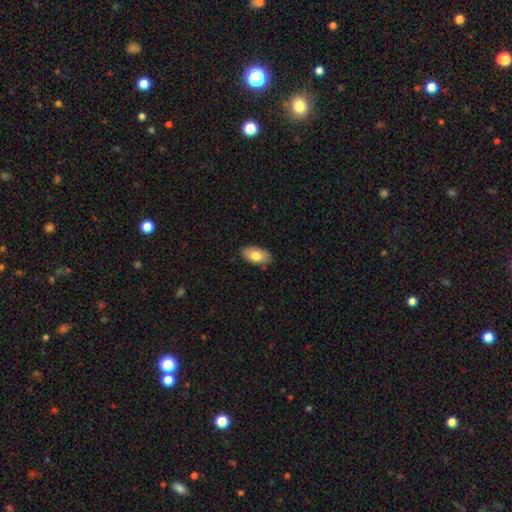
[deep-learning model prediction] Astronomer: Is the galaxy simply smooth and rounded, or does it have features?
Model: smooth — 79%.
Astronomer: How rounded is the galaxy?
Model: in between — 94%.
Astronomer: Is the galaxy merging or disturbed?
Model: none — 84%.